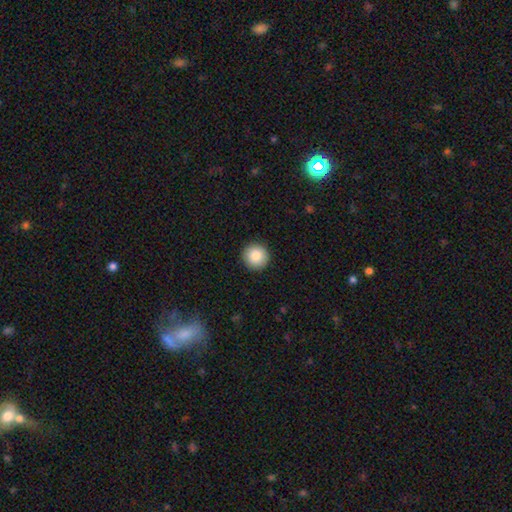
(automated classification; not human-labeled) Smooth or featured? Predicted: smooth (p=0.86). How rounded? Predicted: round (p=0.96). Merging? Predicted: none (p=0.93).